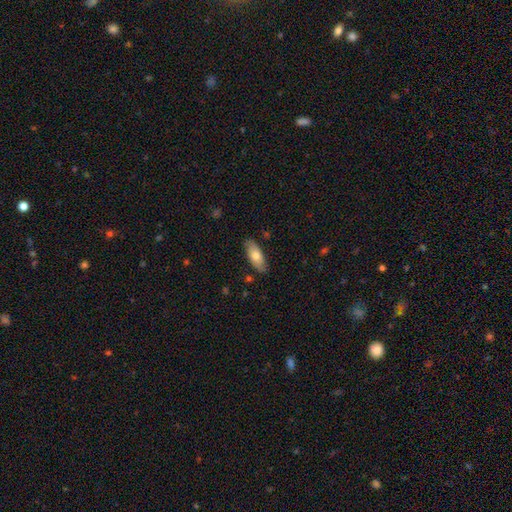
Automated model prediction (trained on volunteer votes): This is likely a smooth galaxy (66%). How rounded: clearly in between (84%). Merging: clearly none (83%).